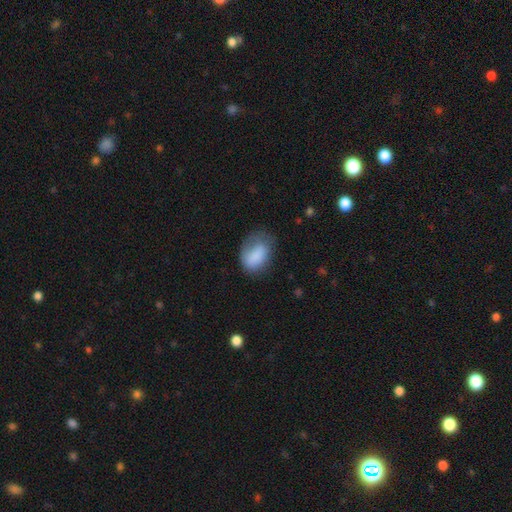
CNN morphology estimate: A smooth galaxy with no disk features (81%) that is in between round and cigar-shaped (80%).

Vote fractions:
- Smooth or featured? smooth: 81% / featured or disk: 12% / star or artifact: 7%
- How rounded? in between: 80% / round: 18% / cigar-shaped: 1%
- Merging? none: 44% / minor disturbance: 31% / major disturbance: 23% / merger: 2%